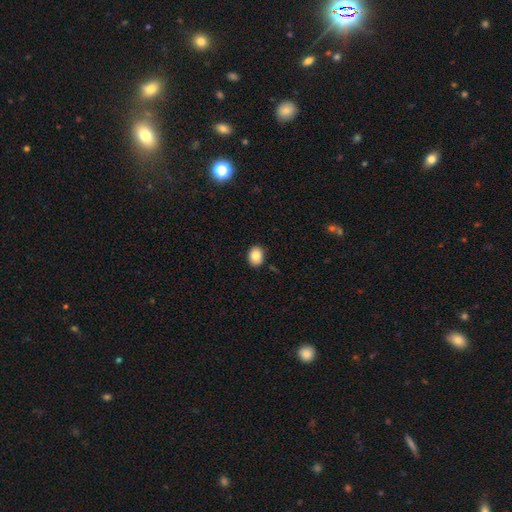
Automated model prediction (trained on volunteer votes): Morphology: type=smooth (83%); roundness=in between (57%); merging=none (87%).